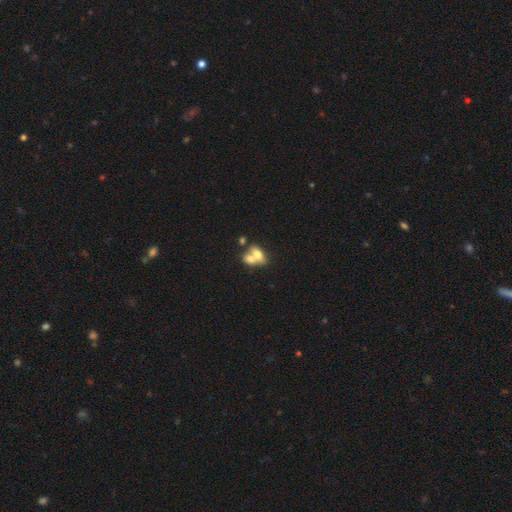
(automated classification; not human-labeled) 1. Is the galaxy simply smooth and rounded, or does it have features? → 67% smooth, 24% featured or disk, 9% star or artifact.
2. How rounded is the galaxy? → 80% in between, 16% round, 4% cigar-shaped.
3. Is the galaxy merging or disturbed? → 67% merger, 22% none, 7% minor disturbance, 4% major disturbance.